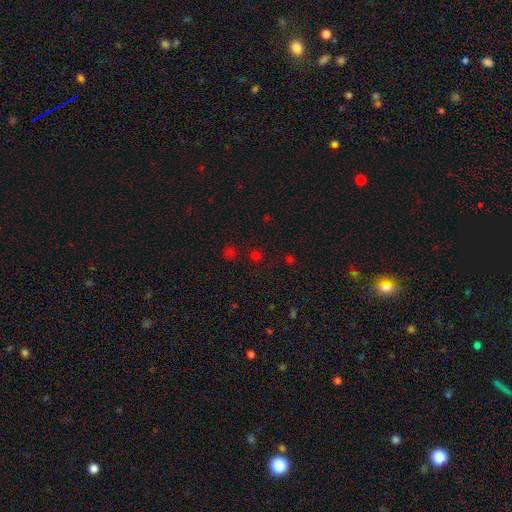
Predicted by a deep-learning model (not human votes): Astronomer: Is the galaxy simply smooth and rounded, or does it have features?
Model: smooth — 55% (runner-up: star or artifact, 40%).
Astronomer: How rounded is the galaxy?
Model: round — 89%.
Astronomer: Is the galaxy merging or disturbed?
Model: none — 80%.